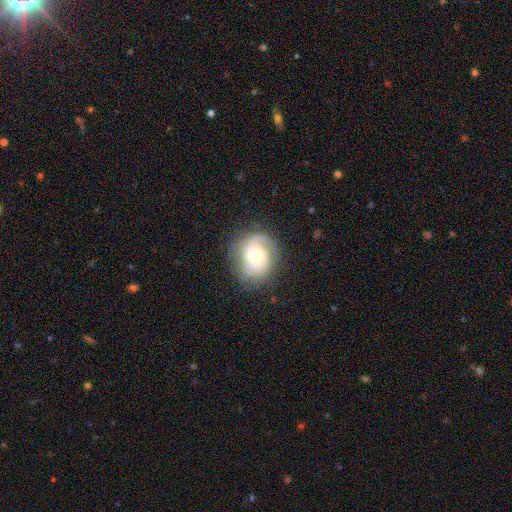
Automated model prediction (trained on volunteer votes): Smooth or featured? Predicted: featured or disk (p=0.65). Edge-on disk? Predicted: no (p=0.97). Bar? Predicted: no (p=0.67). Spiral arms? Predicted: yes (p=0.91). Spiral winding? Predicted: medium (p=0.42). Spiral arm count? Predicted: 2 (p=0.55). Bulge size? Predicted: moderate (p=0.53). Merging? Predicted: none (p=0.76).